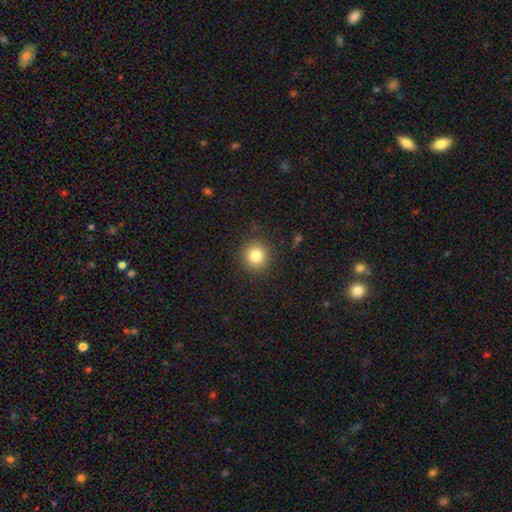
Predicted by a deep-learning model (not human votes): Q: Smooth or featured?
A: smooth (83%); runner-up: star or artifact (11%)
Q: How rounded?
A: round (92%); runner-up: in between (7%)
Q: Merging?
A: none (90%); runner-up: minor disturbance (7%)